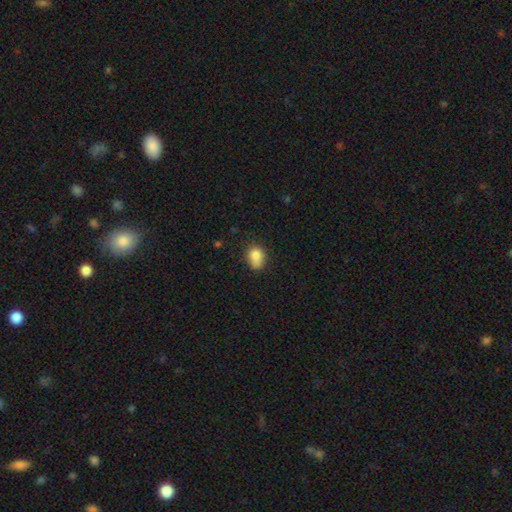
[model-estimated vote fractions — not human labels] Smooth or featured? Predicted: smooth (p=0.81). How rounded? Predicted: in between (p=0.55). Merging? Predicted: none (p=0.52).